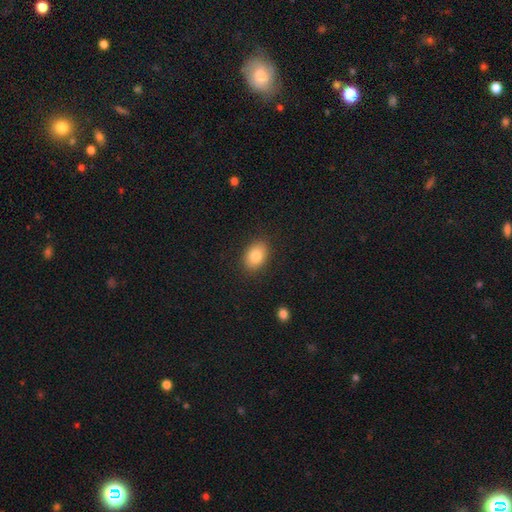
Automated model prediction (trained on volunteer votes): Morphology: type=smooth (83%); roundness=in between (80%); merging=none (88%).